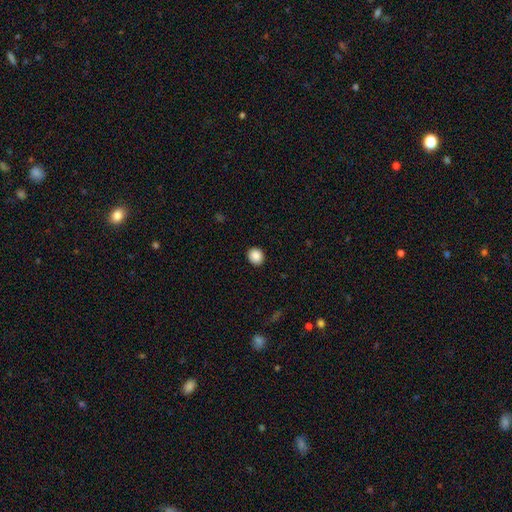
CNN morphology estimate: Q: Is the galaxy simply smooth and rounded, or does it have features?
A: smooth — 88%.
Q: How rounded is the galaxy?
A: round — 77%.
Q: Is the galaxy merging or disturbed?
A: none — 92%.